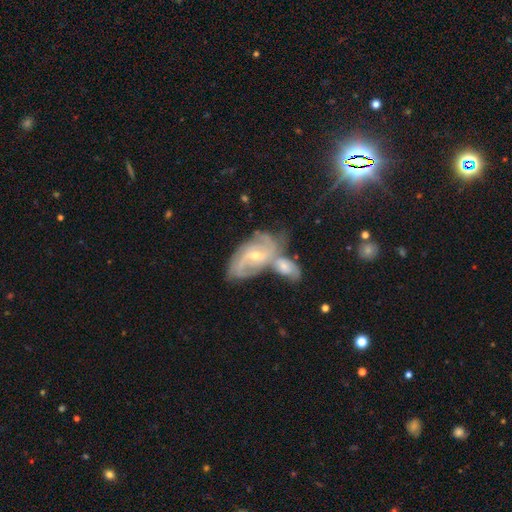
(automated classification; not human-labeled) featured or disk 83%, smooth 9%, star or artifact 8%. Down the decision tree: edge-on disk — no (95%); bar — no (45%); spiral arms — yes (96%); spiral arm count — 2 (32%); spiral winding — tight (50%); bulge size — small (56%); merging — merger (44%).